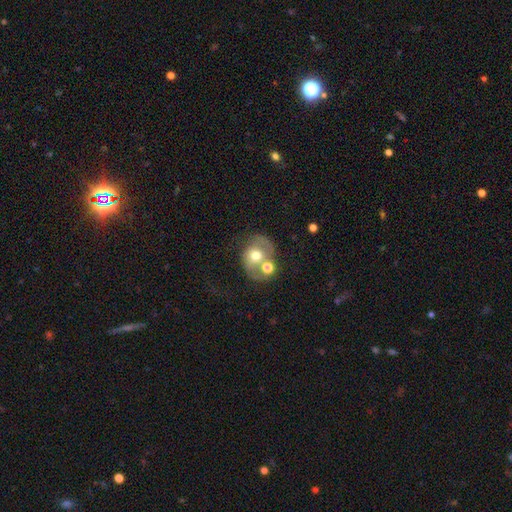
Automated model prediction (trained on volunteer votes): Smooth or featured?
  - featured or disk: 46% *
  - smooth: 45%
  - star or artifact: 9%
Merging?
  - none: 42% *
  - merger: 34%
  - minor disturbance: 14%
  - major disturbance: 10%